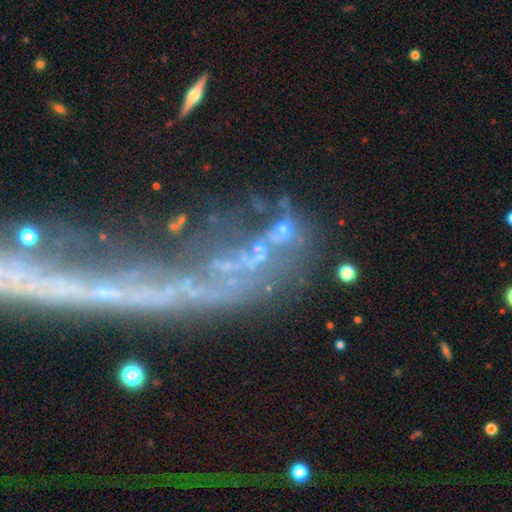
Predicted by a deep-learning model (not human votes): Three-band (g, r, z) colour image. It shows a featured or disk galaxy (51%). Merging: none (34%).